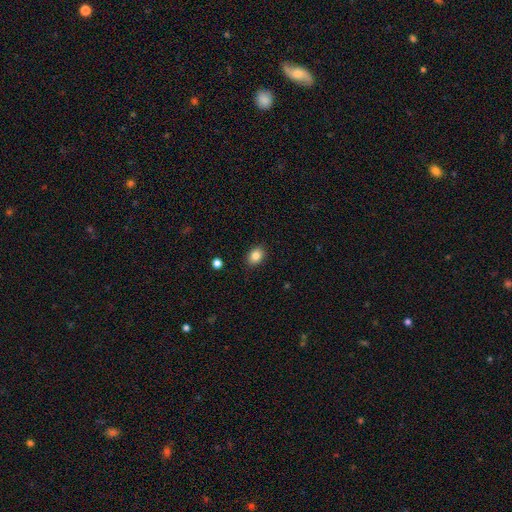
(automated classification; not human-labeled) Q: Smooth or featured?
A: smooth (85%); runner-up: star or artifact (9%)
Q: How rounded?
A: in between (64%); runner-up: round (35%)
Q: Merging?
A: none (88%); runner-up: minor disturbance (8%)